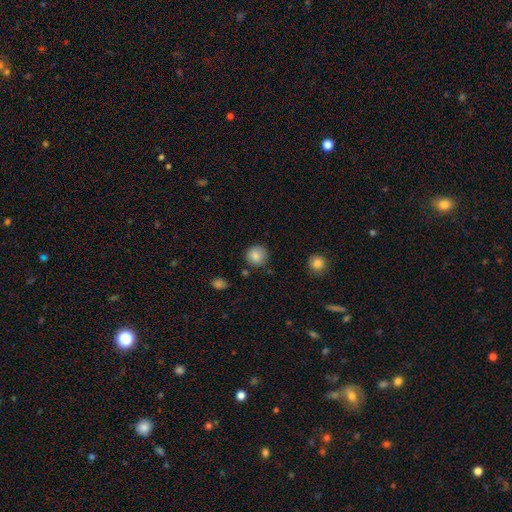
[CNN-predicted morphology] smooth_or_featured: smooth (p=0.85) [alt: star or artifact p=0.09]
how_rounded: round (p=0.91) [alt: in between p=0.09]
merging: none (p=0.81) [alt: minor disturbance p=0.13]